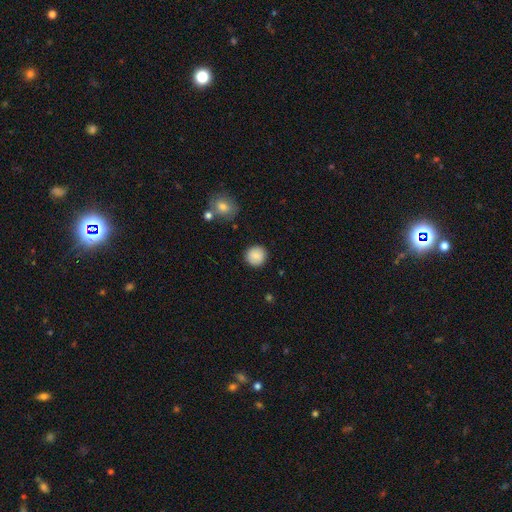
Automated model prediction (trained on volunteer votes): Smooth or featured? Predicted: smooth (p=0.86). How rounded? Predicted: round (p=0.94). Merging? Predicted: none (p=0.90).